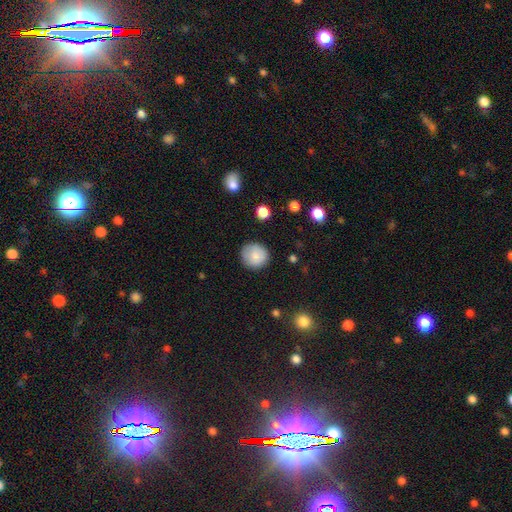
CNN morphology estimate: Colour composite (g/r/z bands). It shows a smooth galaxy with no disk features (85%) that is round (92%). Merging: none (86%).